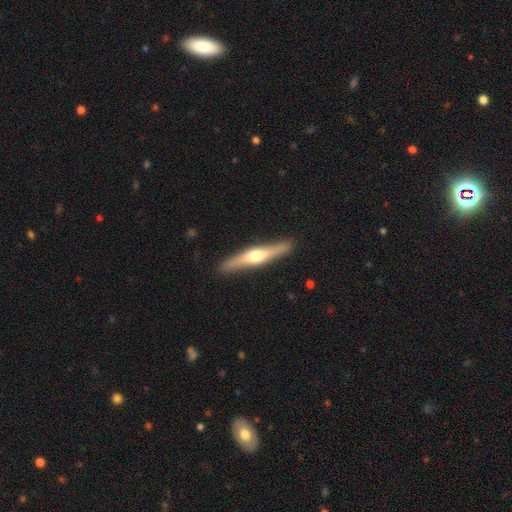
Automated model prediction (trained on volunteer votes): smooth_or_featured: featured or disk (p=0.66) [alt: smooth p=0.29]
disk_edge_on: yes (p=0.96) [alt: no p=0.04]
edge_on_bulge: rounded (p=0.92) [alt: boxy p=0.04]
merging: none (p=0.90) [alt: minor disturbance p=0.08]